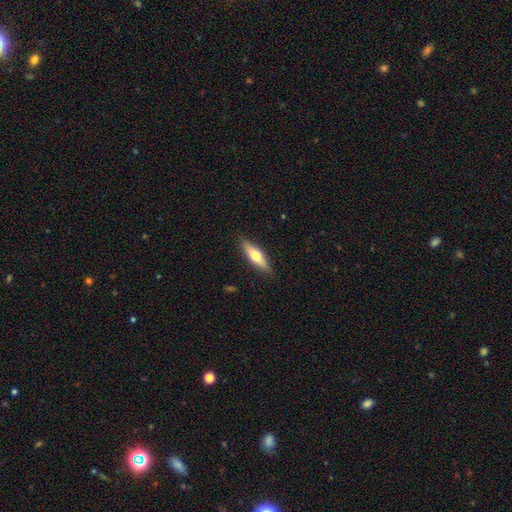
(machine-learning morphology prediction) featured or disk 50%, smooth 44%, star or artifact 6%. Down the decision tree: edge-on disk — yes (91%); merging — none (88%).